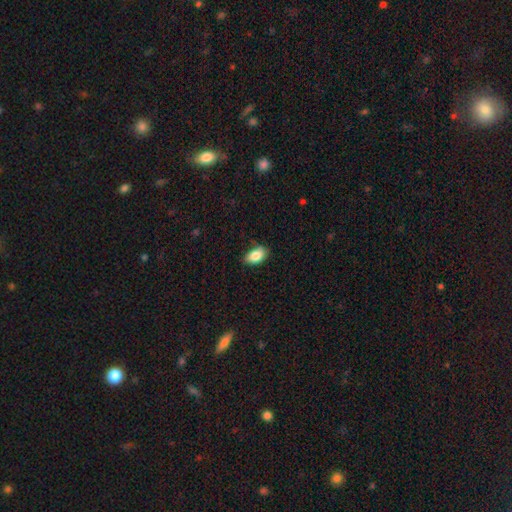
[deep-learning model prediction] smooth-or-featured: smooth: 84% | featured or disk: 9% | star or artifact: 7%
  how-rounded: in between: 90% | round: 7% | cigar-shaped: 2%
  merging: none: 71% | minor disturbance: 23% | major disturbance: 4% | merger: 2%